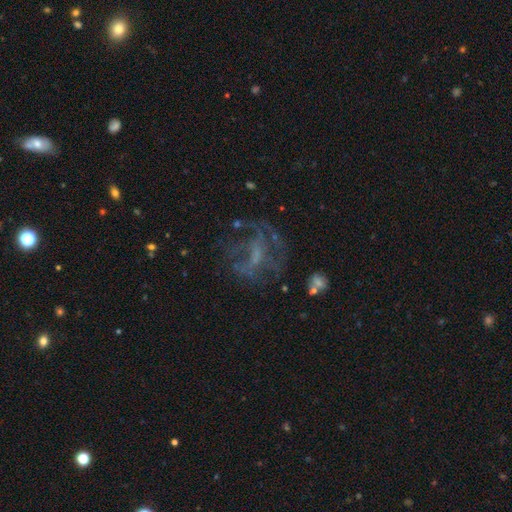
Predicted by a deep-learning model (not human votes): A featured or disk galaxy (60%) with no bar (52%), no spiral arms (56%) and no central bulge (46%).

Vote fractions:
- Smooth or featured? featured or disk: 60% / star or artifact: 22% / smooth: 18%
- Edge-on disk? no: 96% / yes: 4%
- Bar? no: 52% / weak: 34% / strong: 14%
- Spiral arms? no: 56% / yes: 44%
- Bulge size? none: 46% / small: 33% / moderate: 17% / large: 3% / dominant: 1%
- Merging? none: 49% / major disturbance: 32% / minor disturbance: 16% / merger: 4%